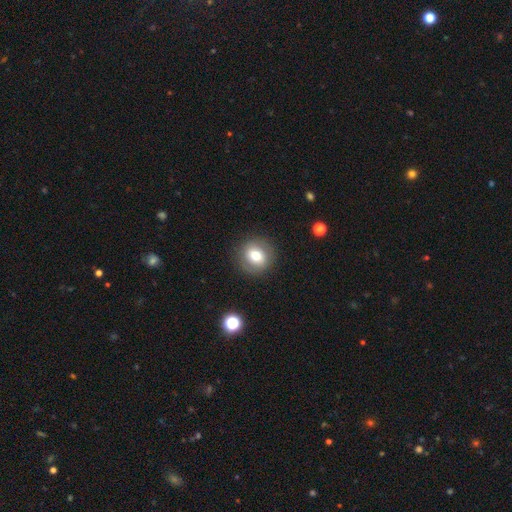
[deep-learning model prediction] smooth 69%, featured or disk 21%, star or artifact 10%. Down the decision tree: how rounded — round (84%); merging — none (87%).